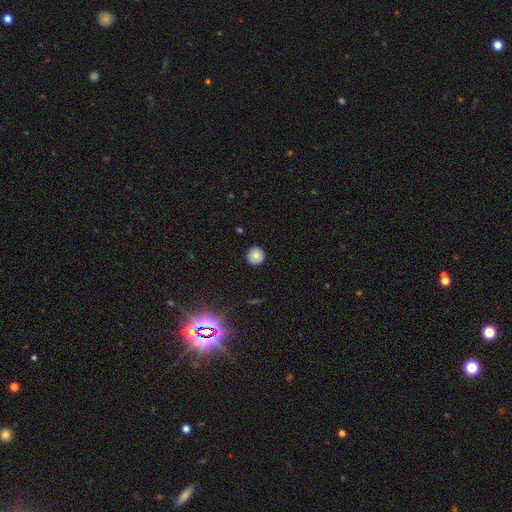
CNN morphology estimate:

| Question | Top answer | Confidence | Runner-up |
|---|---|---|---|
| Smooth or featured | smooth | 81% | star or artifact (11%) |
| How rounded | round | 94% | in between (5%) |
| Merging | none | 89% | minor disturbance (8%) |